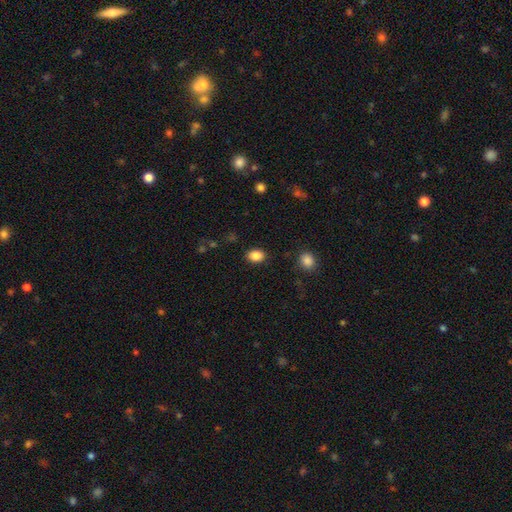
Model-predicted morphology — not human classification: Overall: smooth (87%). How rounded: in between (69%; round 30%). Merging: none (87%).